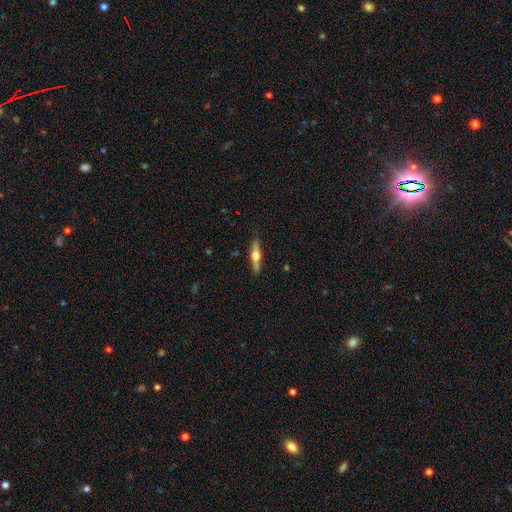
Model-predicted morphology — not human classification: Smooth or featured?
  - featured or disk: 66% *
  - smooth: 29%
  - star or artifact: 5%
Edge-on disk?
  - yes: 96% *
  - no: 4%
Edge-on bulge?
  - rounded: 96% *
  - boxy: 3%
  - none: 2%
Merging?
  - none: 89% *
  - minor disturbance: 8%
  - major disturbance: 2%
  - merger: 1%